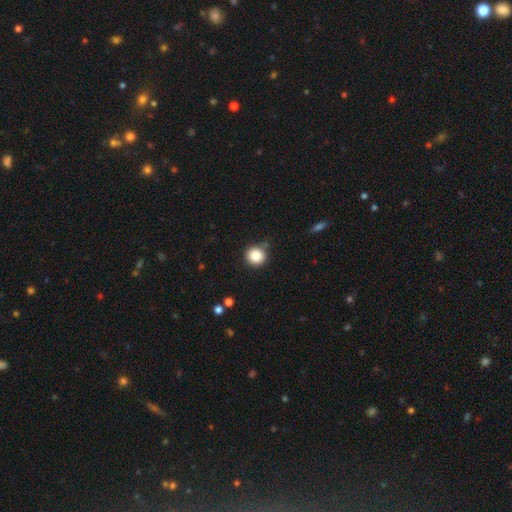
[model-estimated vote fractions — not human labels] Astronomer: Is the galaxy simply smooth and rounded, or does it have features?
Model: smooth — 85%.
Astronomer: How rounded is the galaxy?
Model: round — 92%.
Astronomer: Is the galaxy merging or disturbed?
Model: none — 83%.